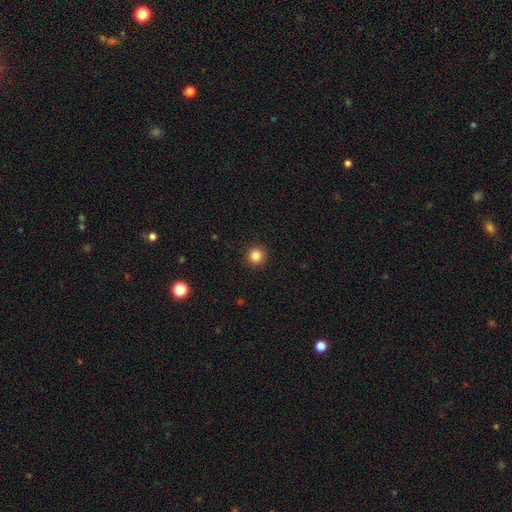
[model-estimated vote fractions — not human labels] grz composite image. It shows a smooth galaxy with no disk features (85%) that is round (94%). Merging: none (92%).